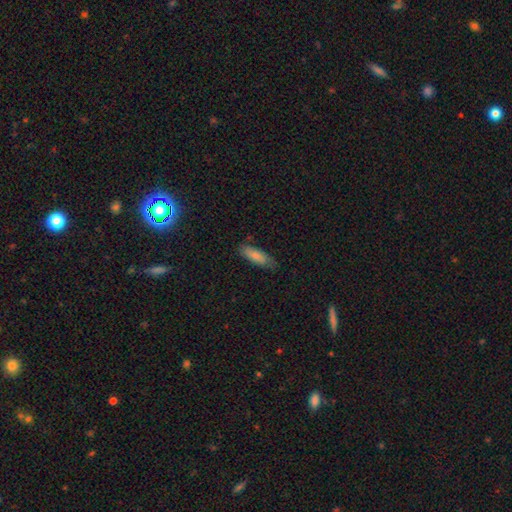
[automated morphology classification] Smooth or featured?
  - smooth: 81% *
  - featured or disk: 13%
  - star or artifact: 6%
How rounded?
  - in between: 58% *
  - cigar-shaped: 40%
  - round: 2%
Merging?
  - none: 72% *
  - minor disturbance: 22%
  - major disturbance: 4%
  - merger: 2%